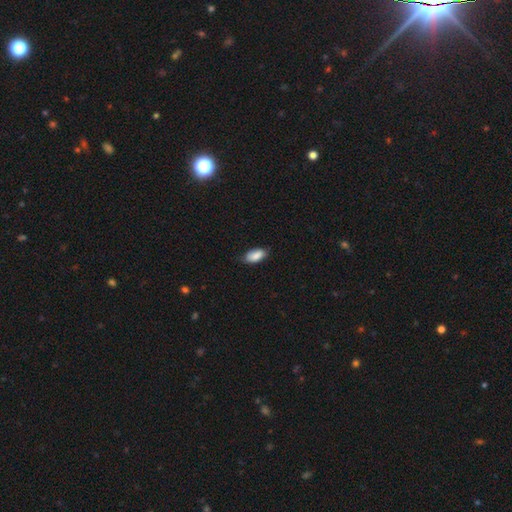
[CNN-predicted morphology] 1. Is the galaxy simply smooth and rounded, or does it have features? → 86% smooth, 8% featured or disk, 6% star or artifact.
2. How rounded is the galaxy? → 92% in between, 6% cigar-shaped, 2% round.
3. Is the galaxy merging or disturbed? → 74% none, 22% minor disturbance, 3% major disturbance, 1% merger.